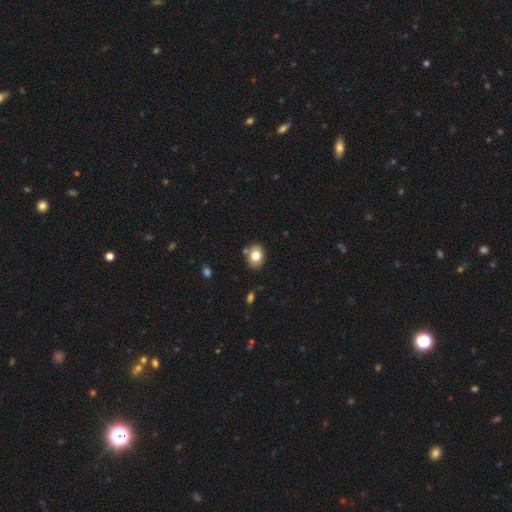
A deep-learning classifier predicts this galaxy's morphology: A smooth galaxy with no disk features (77%) that is in between round and cigar-shaped (65%).

Vote fractions:
- Smooth or featured? smooth: 77% / featured or disk: 13% / star or artifact: 9%
- How rounded? in between: 65% / round: 34% / cigar-shaped: 1%
- Merging? none: 80% / minor disturbance: 11% / merger: 6% / major disturbance: 2%